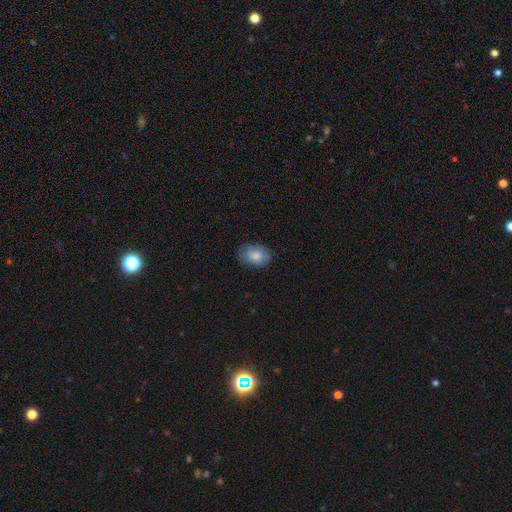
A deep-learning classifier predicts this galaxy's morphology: This appears to be a smooth galaxy with no disk features (80%) that is in between round and cigar-shaped (80%). Merging: none (75%).